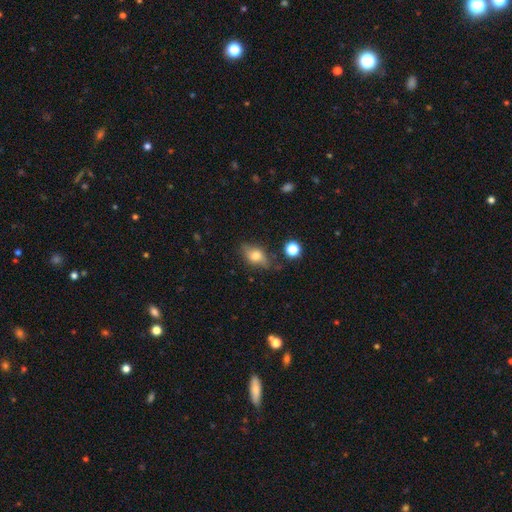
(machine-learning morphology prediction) Smooth or featured? smooth (66%)
How rounded? in between (77%)
Merging? none (70%)